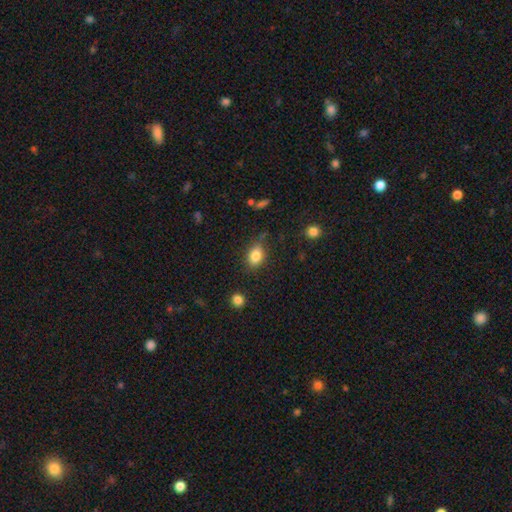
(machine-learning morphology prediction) Smooth or featured? Predicted: smooth (p=0.84). How rounded? Predicted: in between (p=0.75). Merging? Predicted: none (p=0.75).